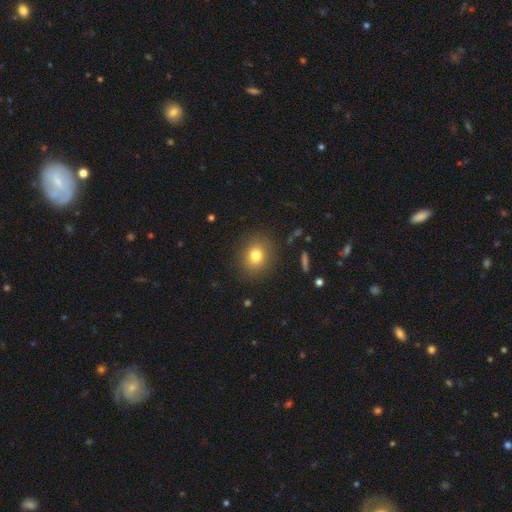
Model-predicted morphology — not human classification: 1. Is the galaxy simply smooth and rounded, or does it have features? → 78% smooth, 12% star or artifact, 10% featured or disk.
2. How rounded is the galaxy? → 72% round, 27% in between, 1% cigar-shaped.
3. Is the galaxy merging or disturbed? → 87% none, 8% minor disturbance, 3% major disturbance, 1% merger.